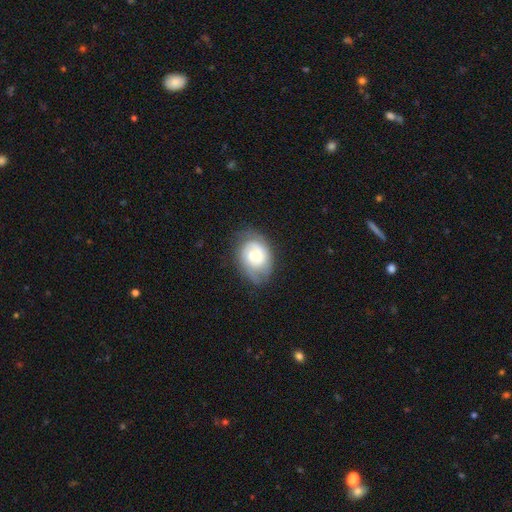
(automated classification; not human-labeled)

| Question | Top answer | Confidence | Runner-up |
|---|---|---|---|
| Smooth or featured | featured or disk | 59% | smooth (34%) |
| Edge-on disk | no | 97% | yes (3%) |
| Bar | no | 50% | weak (42%) |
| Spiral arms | yes | 86% | no (14%) |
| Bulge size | moderate | 45% | small (25%) |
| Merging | none | 64% | minor disturbance (25%) |